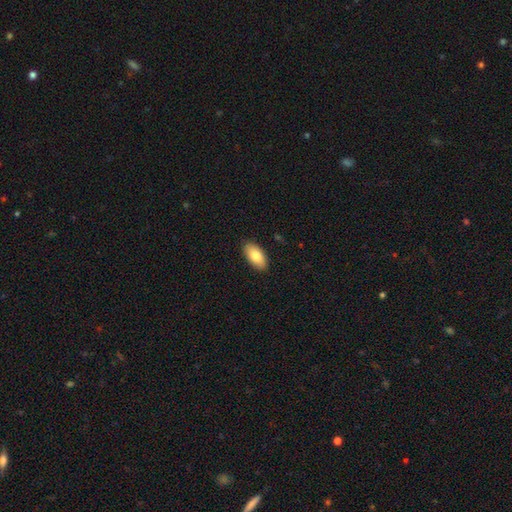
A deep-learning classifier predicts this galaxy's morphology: This is clearly a smooth galaxy (82%). How rounded: clearly in between (94%). Merging: clearly none (89%).